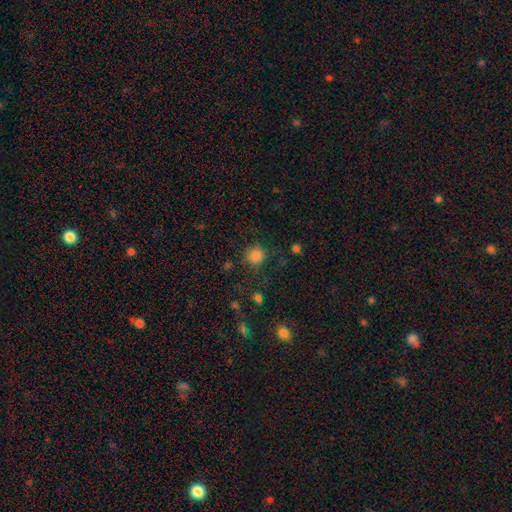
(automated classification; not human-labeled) smooth 82%, star or artifact 13%, featured or disk 5%. Down the decision tree: how rounded — round (92%); merging — none (80%).